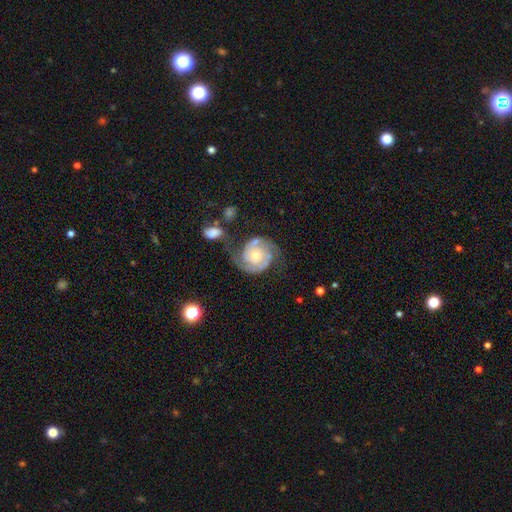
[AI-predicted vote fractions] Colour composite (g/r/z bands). It shows a featured or disk galaxy (86%) with no bar (73%), 2 (84%) tight (51%) spiral arms (97%) and a small central bulge (51%). Merging: none (52%).